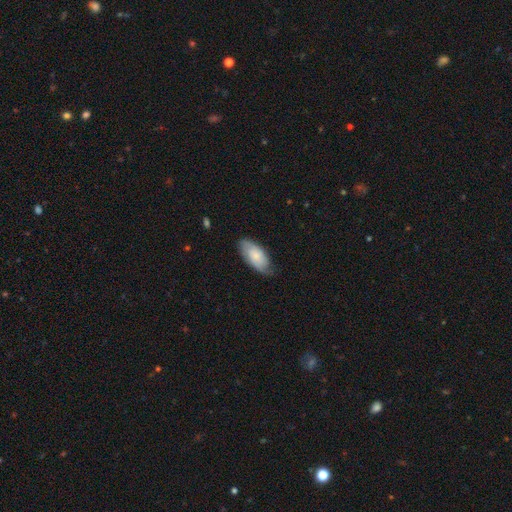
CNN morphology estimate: This is likely a smooth galaxy (62%). How rounded: clearly in between (90%). Merging: likely none (73%).